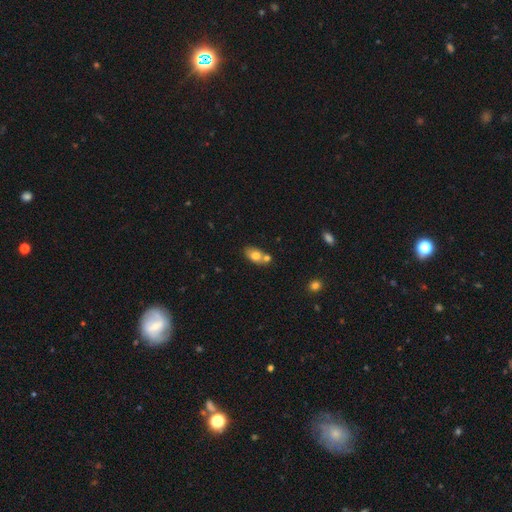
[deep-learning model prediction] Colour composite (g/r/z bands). It shows a smooth galaxy with no disk features (75%) that is in between round and cigar-shaped (82%). Merging: none (49%).